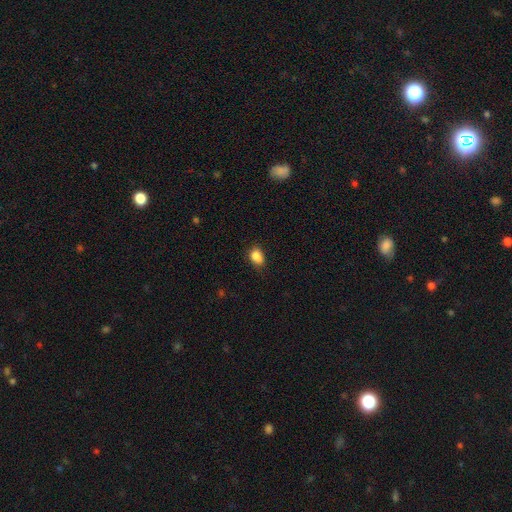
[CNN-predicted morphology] A smooth galaxy with no disk features (86%) that is in between round and cigar-shaped (76%). Merging: none (69%).